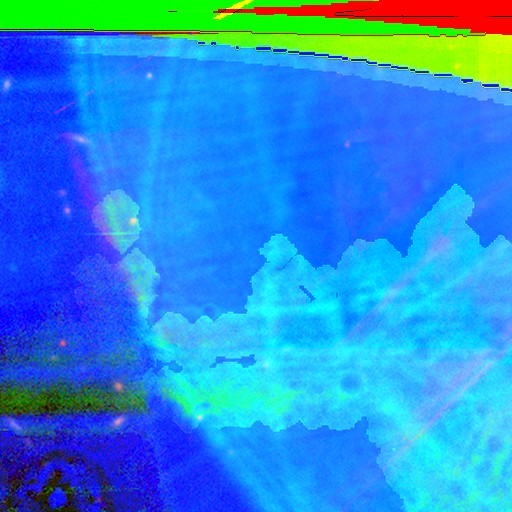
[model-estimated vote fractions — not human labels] Smooth or featured? star or artifact (86%)